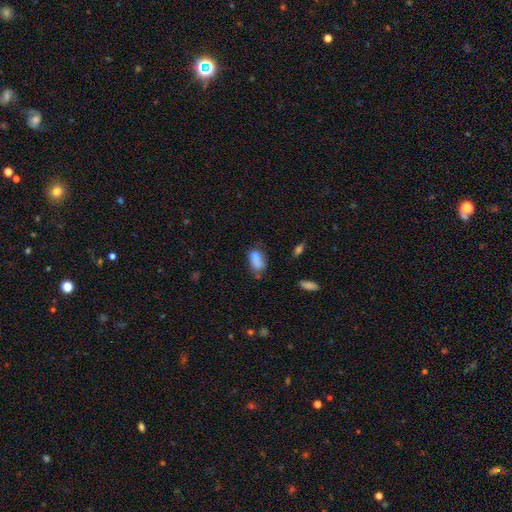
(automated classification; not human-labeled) This appears to be a smooth galaxy with no disk features (75%) that is in between round and cigar-shaped (85%). Merging: none (36%).